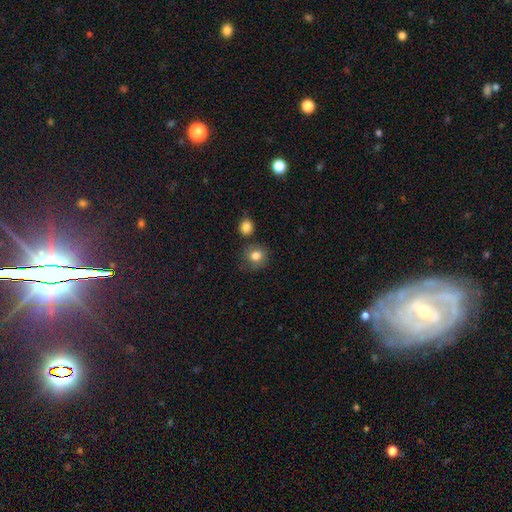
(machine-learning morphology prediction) A smooth galaxy with no disk features (82%) that is round (78%). Merging: none (72%).